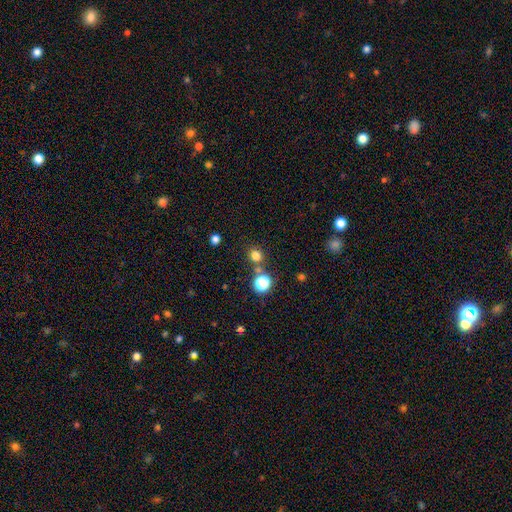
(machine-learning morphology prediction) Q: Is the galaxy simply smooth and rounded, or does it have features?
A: smooth — 76%.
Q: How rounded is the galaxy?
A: round — 83%.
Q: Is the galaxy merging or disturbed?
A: none — 74%.